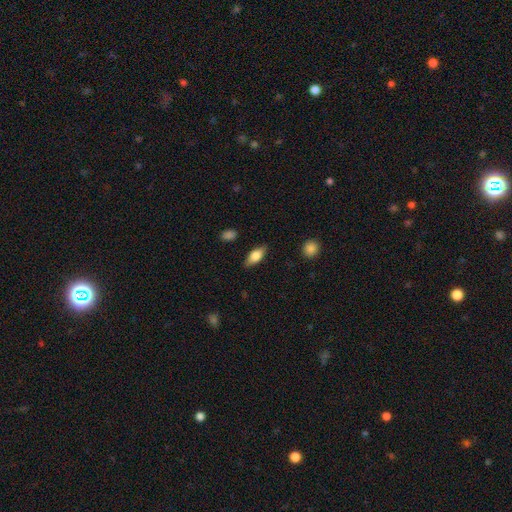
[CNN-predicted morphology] Smooth or featured? smooth (72%)
How rounded? in between (81%)
Merging? none (84%)